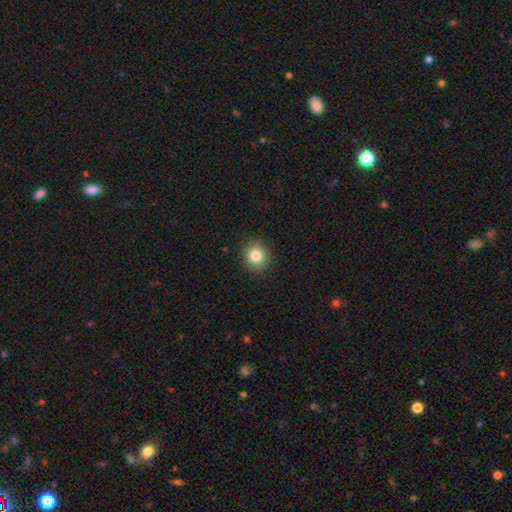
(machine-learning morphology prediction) Smooth or featured? smooth (82%)
How rounded? round (87%)
Merging? none (91%)